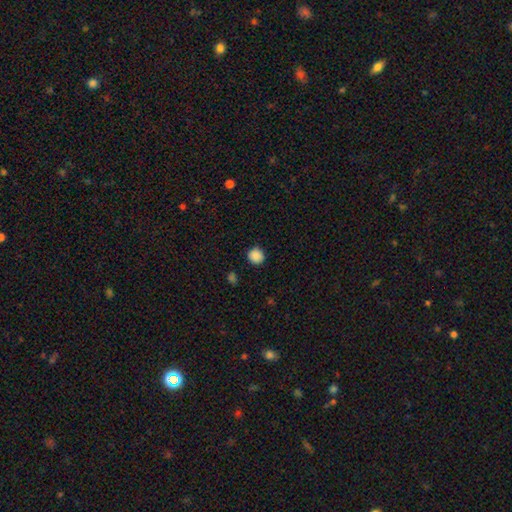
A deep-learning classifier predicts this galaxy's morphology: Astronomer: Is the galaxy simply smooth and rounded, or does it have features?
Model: smooth — 88%.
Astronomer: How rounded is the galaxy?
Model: round — 93%.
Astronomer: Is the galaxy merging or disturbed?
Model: none — 90%.